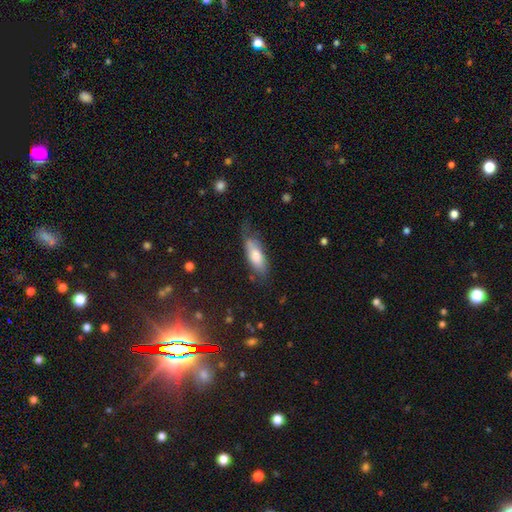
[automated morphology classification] The model was most divided on "merging": none: 54%, minor disturbance: 31%, major disturbance: 12%, merger: 2%. More confident: smooth or featured — smooth (74%); how rounded — in between (71%).